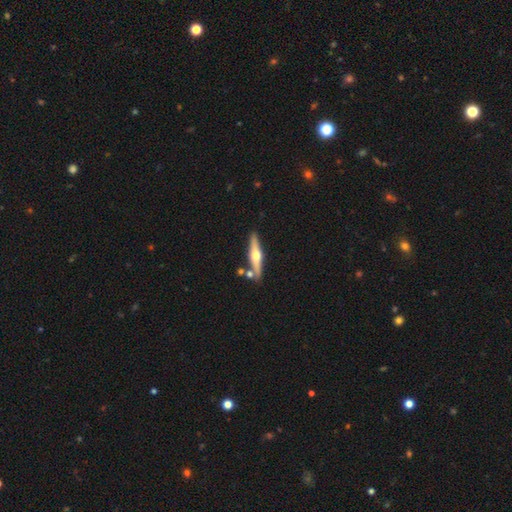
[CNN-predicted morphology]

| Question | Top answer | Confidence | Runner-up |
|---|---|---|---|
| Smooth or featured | featured or disk | 69% | smooth (25%) |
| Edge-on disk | yes | 96% | no (4%) |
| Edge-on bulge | rounded | 95% | boxy (3%) |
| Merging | none | 80% | minor disturbance (9%) |